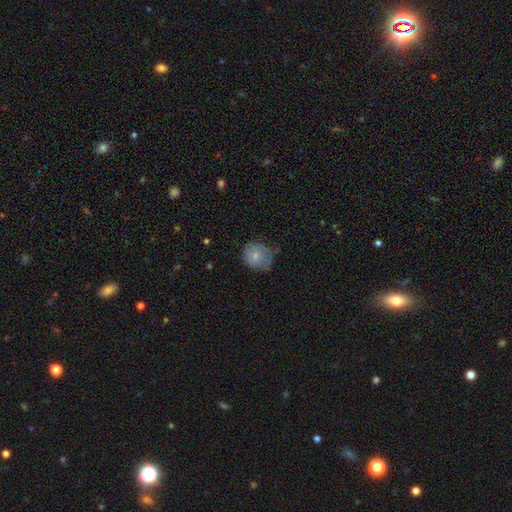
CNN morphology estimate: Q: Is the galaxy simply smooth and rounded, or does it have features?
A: smooth — 74%.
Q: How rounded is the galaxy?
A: round — 74%.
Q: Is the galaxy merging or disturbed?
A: none — 59%.